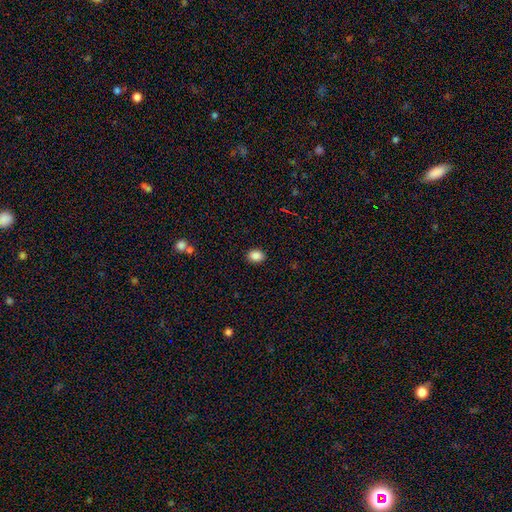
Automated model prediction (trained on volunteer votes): smooth 87%, star or artifact 9%, featured or disk 3%. Down the decision tree: how rounded — in between (65%); merging — none (90%).